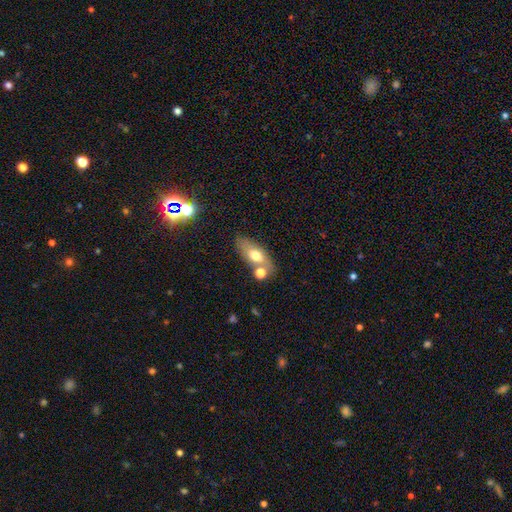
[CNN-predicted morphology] Smooth or featured?
  - smooth: 65% *
  - featured or disk: 26%
  - star or artifact: 9%
How rounded?
  - in between: 79% *
  - cigar-shaped: 14%
  - round: 7%
Merging?
  - none: 61% *
  - merger: 20%
  - minor disturbance: 14%
  - major disturbance: 5%